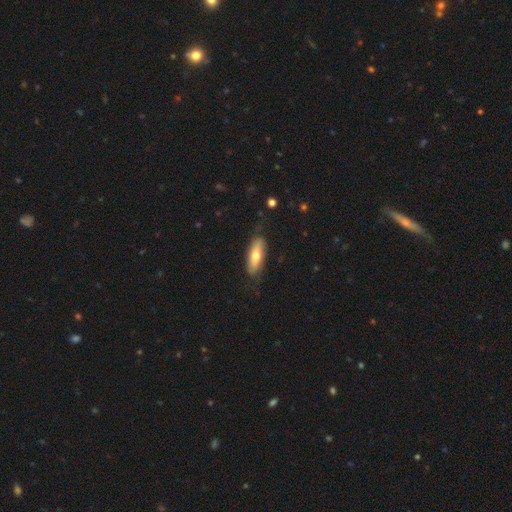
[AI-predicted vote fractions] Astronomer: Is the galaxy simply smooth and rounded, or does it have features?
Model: smooth — 65%.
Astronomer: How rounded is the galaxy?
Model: in between — 62%.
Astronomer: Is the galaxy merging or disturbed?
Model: none — 78%.